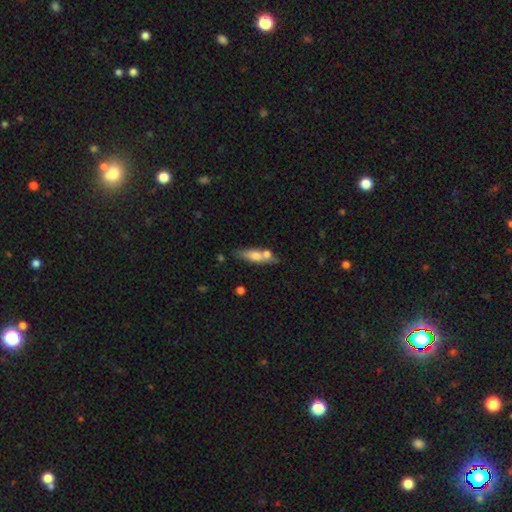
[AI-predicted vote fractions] Smooth or featured? smooth (65%)
How rounded? cigar-shaped (59%)
Merging? none (56%)